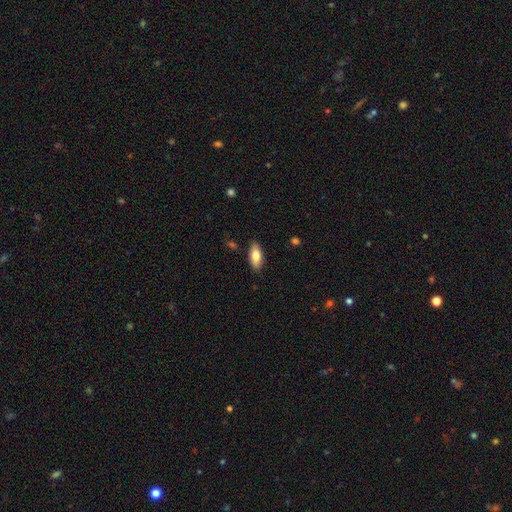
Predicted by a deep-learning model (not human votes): Smooth or featured? smooth (81%)
How rounded? in between (83%)
Merging? none (86%)